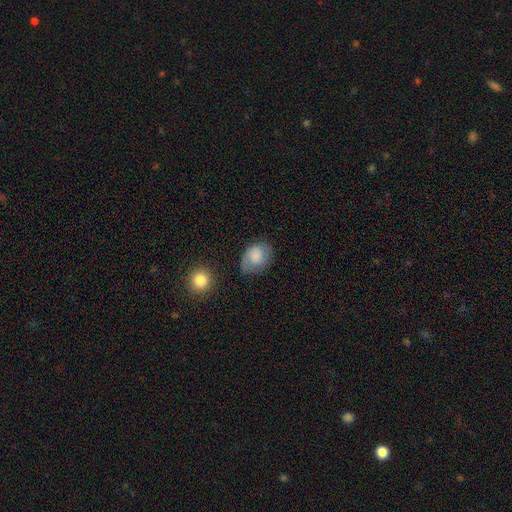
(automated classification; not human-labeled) This is likely a smooth galaxy (74%). How rounded: likely in between (66%). Merging: possibly none (57%).